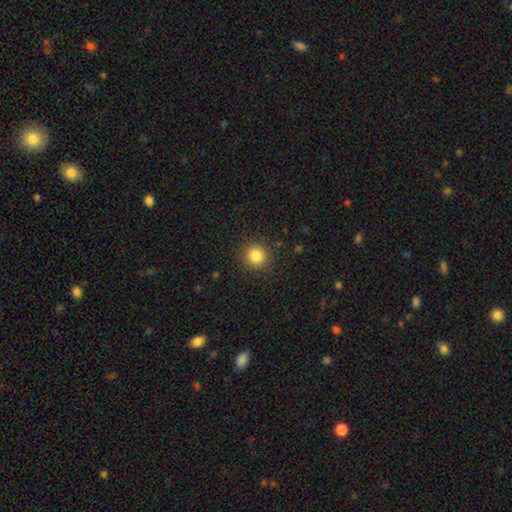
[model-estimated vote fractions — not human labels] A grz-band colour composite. It shows a smooth galaxy with no disk features (84%) that is round (93%). Merging: none (90%).